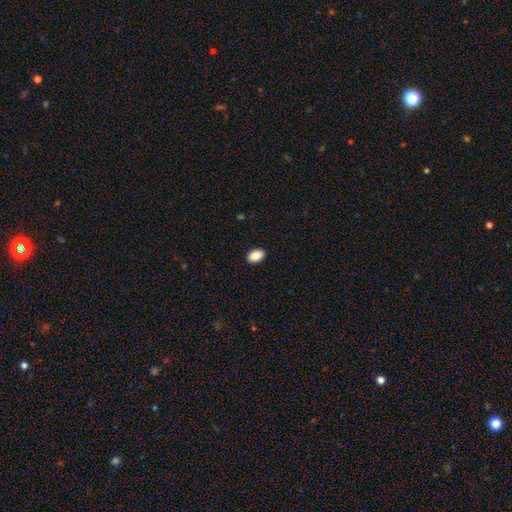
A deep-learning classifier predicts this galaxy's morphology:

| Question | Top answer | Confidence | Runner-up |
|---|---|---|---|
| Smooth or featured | smooth | 89% | star or artifact (7%) |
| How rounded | in between | 88% | round (11%) |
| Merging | none | 90% | minor disturbance (7%) |